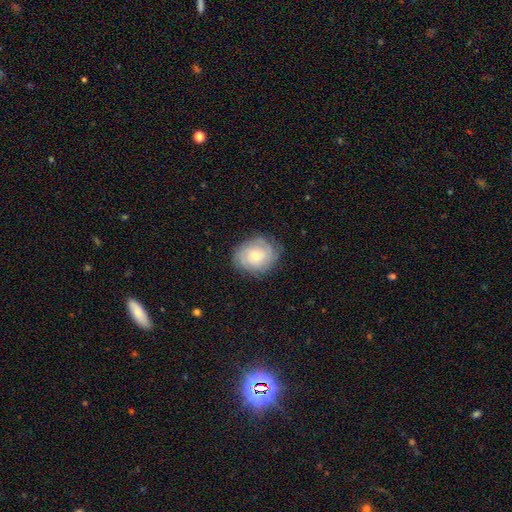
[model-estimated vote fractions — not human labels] Smooth or featured: featured or disk — 56% (smooth — 36%)
Edge-on disk: no — 97% (yes — 3%)
Bar: no — 79% (weak — 18%)
Spiral arms: yes — 83% (no — 17%)
Bulge size: small — 52% (moderate — 43%)
Merging: none — 77% (minor disturbance — 17%)